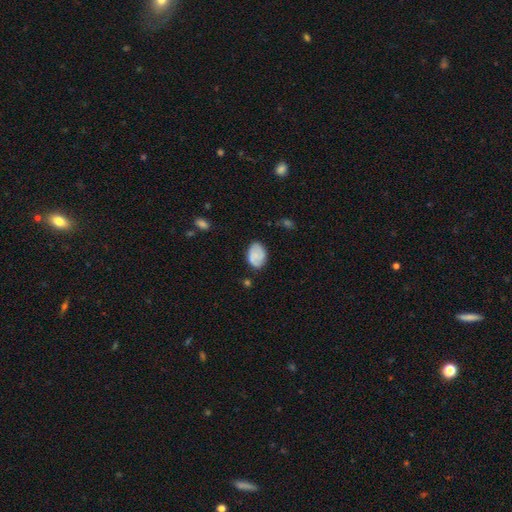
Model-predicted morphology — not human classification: A smooth galaxy with no disk features (70%) that is in between round and cigar-shaped (83%). Merging: none (72%).